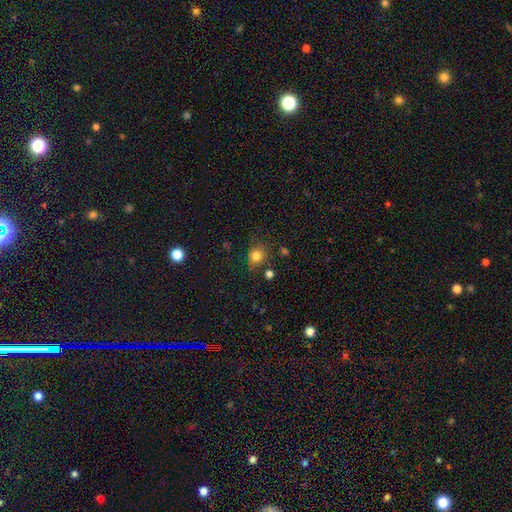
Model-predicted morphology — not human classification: Smooth or featured? smooth (80%)
How rounded? round (77%)
Merging? none (74%)